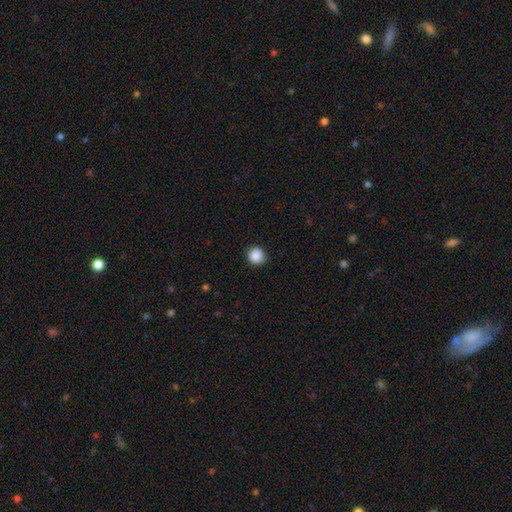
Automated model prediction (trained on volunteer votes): A smooth galaxy with no disk features (88%) that is round (92%). Merging: none (90%).